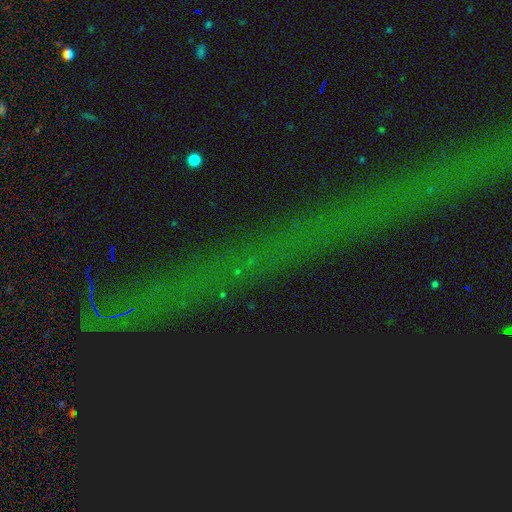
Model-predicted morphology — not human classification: Smooth or featured: star or artifact — 79% (featured or disk — 12%)